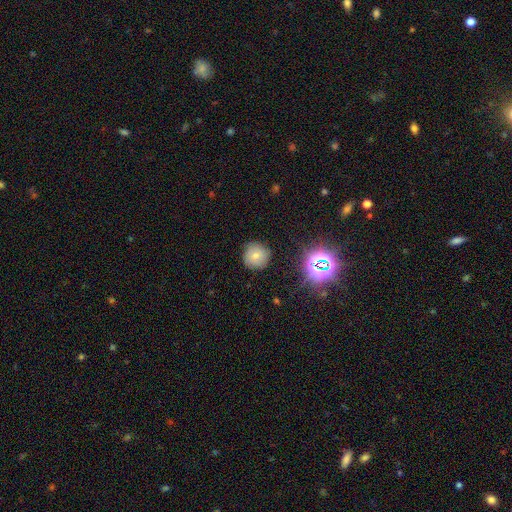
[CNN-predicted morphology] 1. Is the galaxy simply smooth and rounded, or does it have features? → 63% smooth, 20% star or artifact, 17% featured or disk.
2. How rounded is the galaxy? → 94% round, 5% in between, 1% cigar-shaped.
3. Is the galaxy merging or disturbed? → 84% none, 12% minor disturbance, 3% major disturbance, 2% merger.